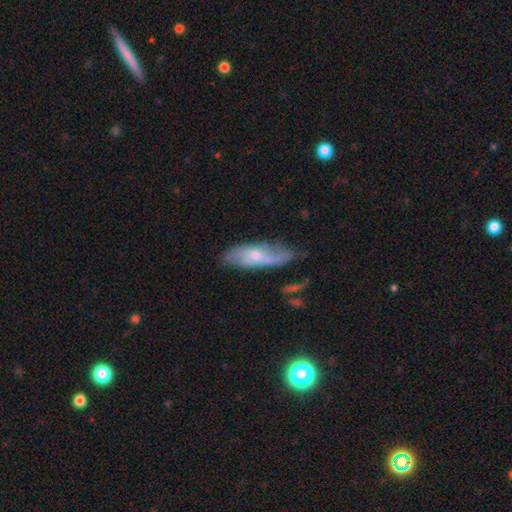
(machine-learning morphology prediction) A featured or disk galaxy (55%). Merging: none (63%).